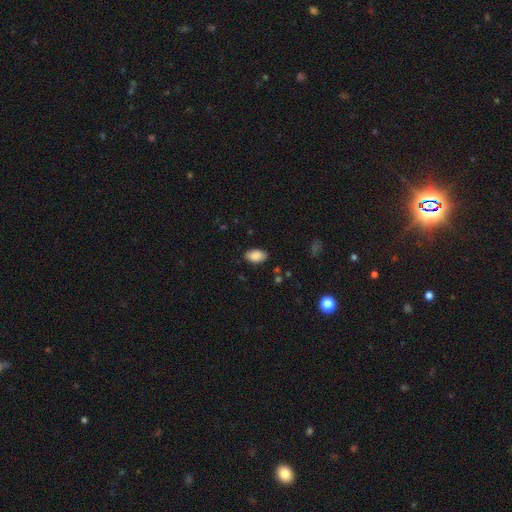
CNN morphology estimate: A smooth galaxy with no disk features (88%) that is in between round and cigar-shaped (93%).

Vote fractions:
- Smooth or featured? smooth: 88% / star or artifact: 7% / featured or disk: 5%
- How rounded? in between: 93% / round: 5% / cigar-shaped: 2%
- Merging? none: 85% / minor disturbance: 12% / major disturbance: 3% / merger: 1%